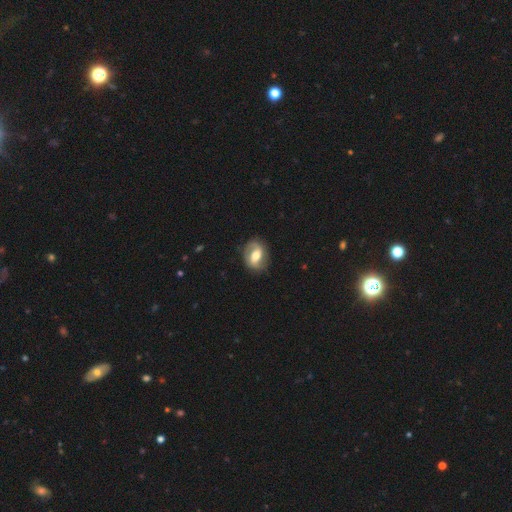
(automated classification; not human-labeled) This appears to be a featured or disk galaxy (66%) with a weak bar (43%), 2 (83%) medium (42%) spiral arms (81%) and a moderate central bulge (64%). Merging: none (78%).